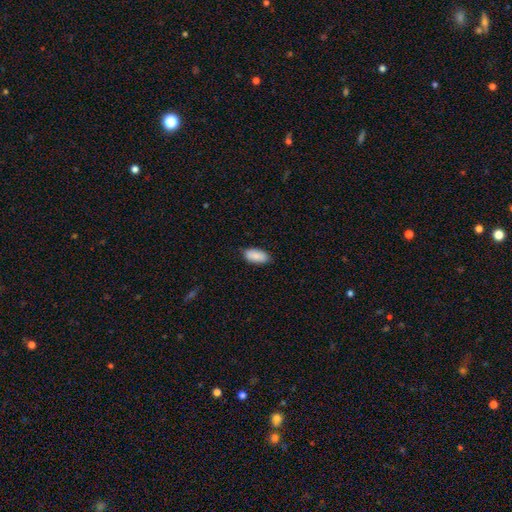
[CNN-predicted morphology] Q: Smooth or featured?
A: smooth (89%); runner-up: star or artifact (6%)
Q: How rounded?
A: in between (93%); runner-up: cigar-shaped (5%)
Q: Merging?
A: none (84%); runner-up: minor disturbance (13%)